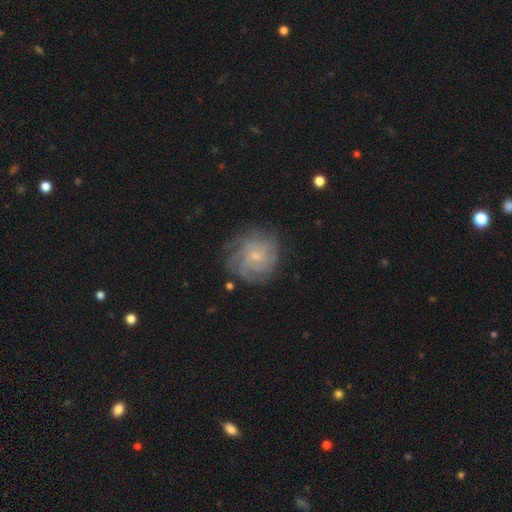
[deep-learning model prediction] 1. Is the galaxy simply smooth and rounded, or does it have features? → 76% featured or disk, 16% smooth, 8% star or artifact.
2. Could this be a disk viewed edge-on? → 98% no, 2% yes.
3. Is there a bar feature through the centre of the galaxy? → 58% no, 37% weak, 5% strong.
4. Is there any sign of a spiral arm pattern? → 93% yes, 7% no.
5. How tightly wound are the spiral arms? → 64% tight, 28% medium, 8% loose.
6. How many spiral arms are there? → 41% can't tell, 21% 4, 12% 3, 11% more than 4, 9% 2, 6% 1.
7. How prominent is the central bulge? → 73% small, 18% moderate, 6% none, 1% large, 1% dominant.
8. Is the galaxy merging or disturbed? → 73% none, 17% minor disturbance, 8% major disturbance, 2% merger.